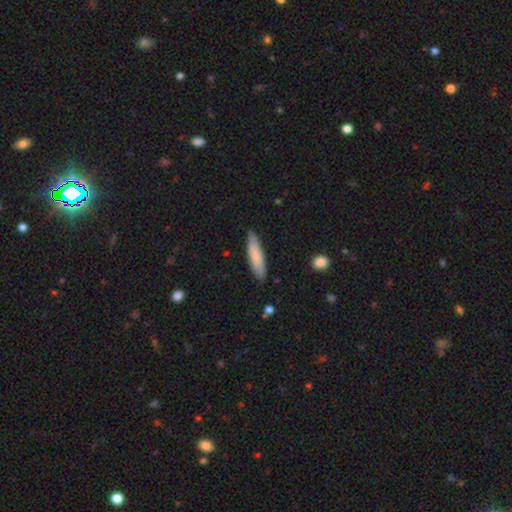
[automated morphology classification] smooth 79%, featured or disk 15%, star or artifact 5%. Down the decision tree: how rounded — cigar-shaped (81%); merging — none (87%).